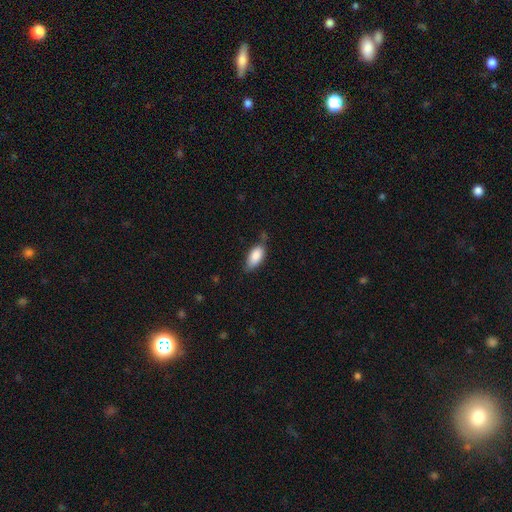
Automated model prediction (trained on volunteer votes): Smooth or featured? Predicted: smooth (p=0.85). How rounded? Predicted: in between (p=0.89). Merging? Predicted: none (p=0.56).